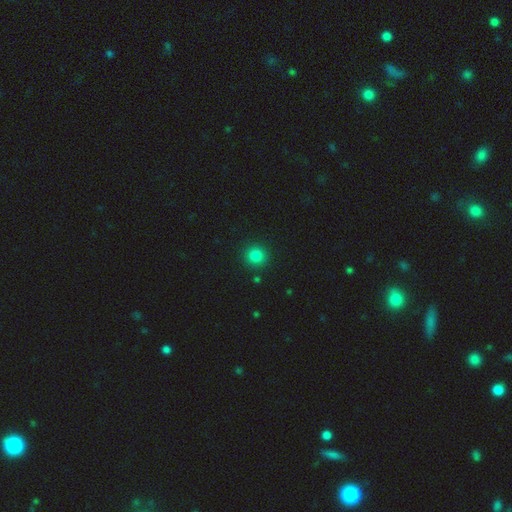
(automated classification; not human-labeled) Smooth or featured? smooth (83%)
How rounded? round (93%)
Merging? none (91%)